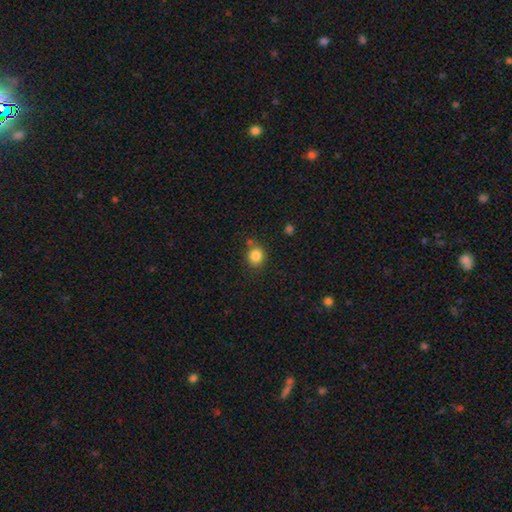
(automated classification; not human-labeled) This is clearly a smooth galaxy (84%). How rounded: likely round (74%). Merging: likely none (74%).